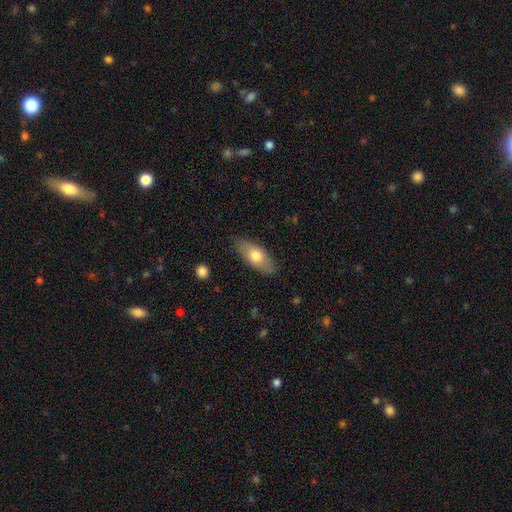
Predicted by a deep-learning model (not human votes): This is likely a smooth galaxy (68%). How rounded: clearly in between (84%). Merging: clearly none (82%).